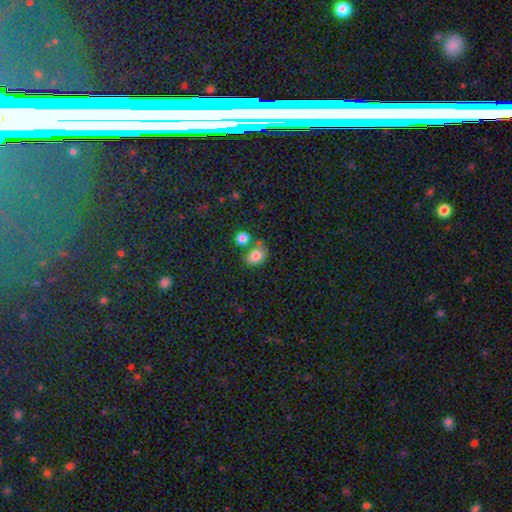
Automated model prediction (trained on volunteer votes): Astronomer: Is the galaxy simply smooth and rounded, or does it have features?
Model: smooth — 81%.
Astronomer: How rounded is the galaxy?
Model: in between — 64%.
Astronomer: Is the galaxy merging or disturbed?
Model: none — 52%.